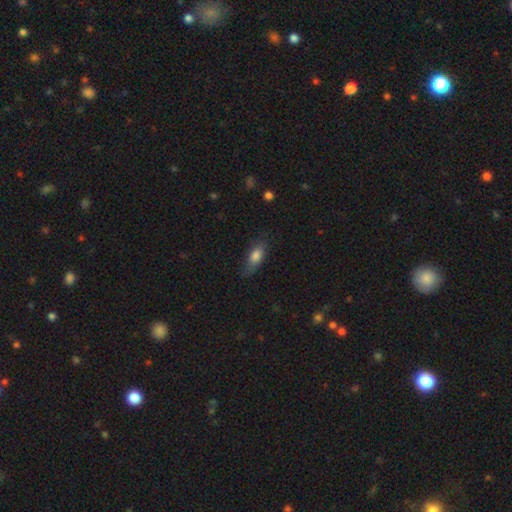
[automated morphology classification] Smooth or featured: smooth — 76% (featured or disk — 16%)
How rounded: in between — 78% (cigar-shaped — 17%)
Merging: none — 63% (minor disturbance — 26%)